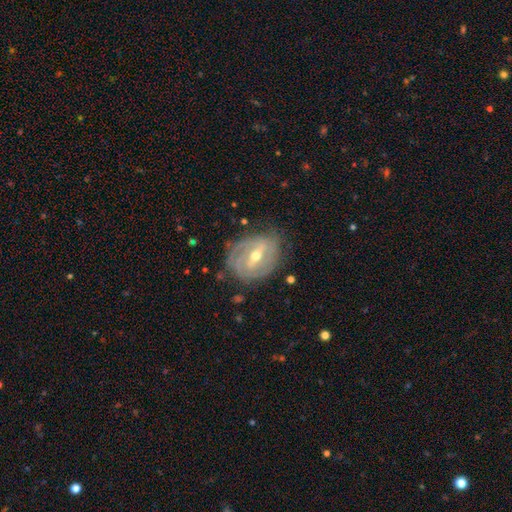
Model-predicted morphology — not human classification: This is clearly a featured or disk galaxy (87%). It is clearly not viewed edge-on (96%). Bar: possibly strong (46%). Spiral arm pattern: clearly yes (93%). Spiral arm count: marginally 2 (34%). Spiral winding: likely tight (69%). Central bulge: likely moderate (61%). Merging: likely none (73%).